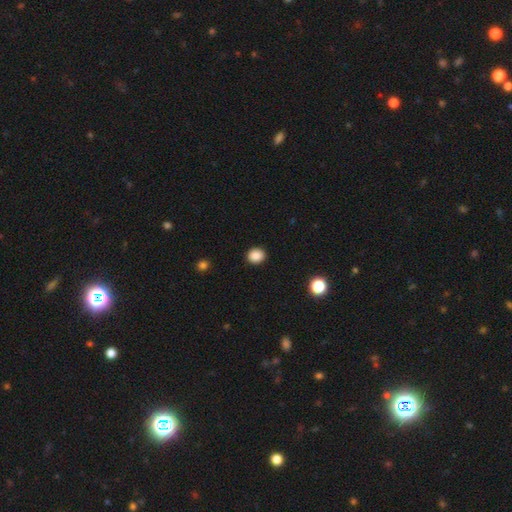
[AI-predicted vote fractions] Smooth or featured: smooth — 87% (star or artifact — 10%)
How rounded: round — 70% (in between — 29%)
Merging: none — 91% (minor disturbance — 6%)